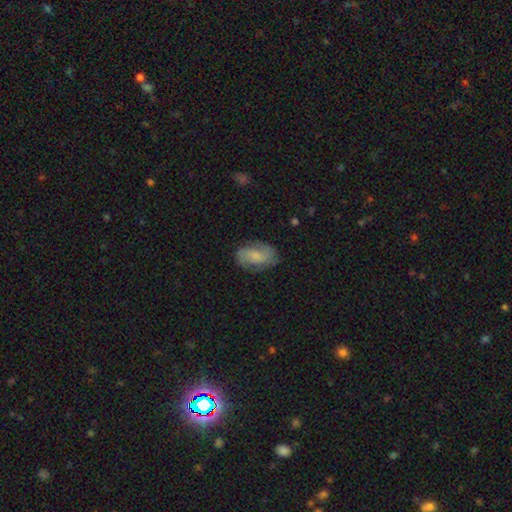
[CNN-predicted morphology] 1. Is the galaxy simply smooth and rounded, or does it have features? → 57% featured or disk, 36% smooth, 7% star or artifact.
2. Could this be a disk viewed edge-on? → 96% no, 4% yes.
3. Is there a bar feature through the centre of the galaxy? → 56% no, 36% weak, 7% strong.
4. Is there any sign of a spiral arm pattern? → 89% yes, 11% no.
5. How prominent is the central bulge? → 41% small, 31% moderate, 20% none, 6% large, 2% dominant.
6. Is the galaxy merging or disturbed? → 73% none, 19% minor disturbance, 6% major disturbance, 1% merger.